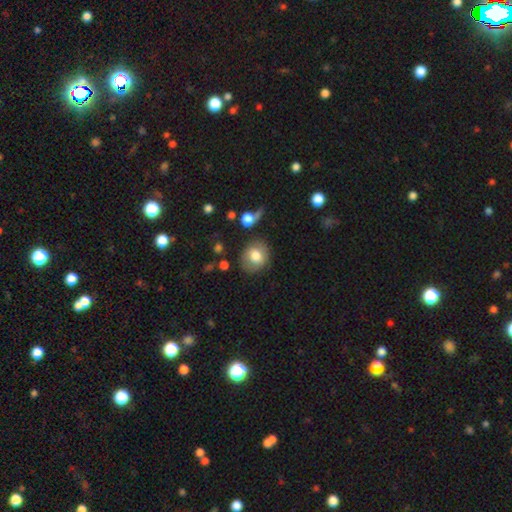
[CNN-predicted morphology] This is likely a smooth galaxy (75%). How rounded: likely round (70%). Merging: likely none (78%).